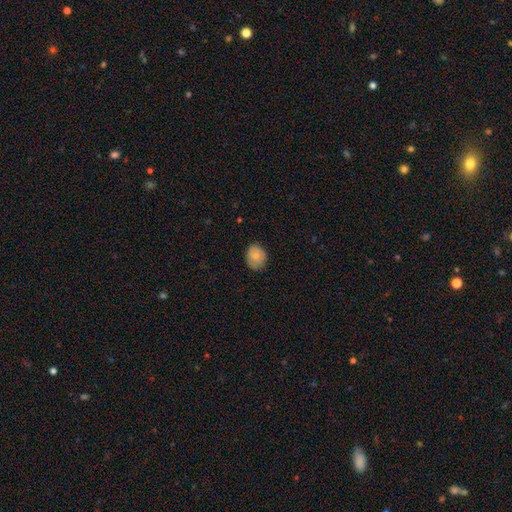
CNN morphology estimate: A smooth galaxy with no disk features (81%) that is round (52%). Merging: none (80%).